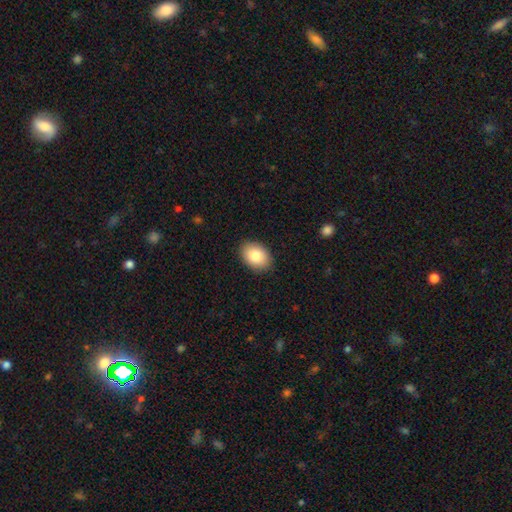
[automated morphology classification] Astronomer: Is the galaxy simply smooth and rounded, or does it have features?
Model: smooth — 84%.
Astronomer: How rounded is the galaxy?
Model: in between — 79%.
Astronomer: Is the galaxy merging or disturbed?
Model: none — 89%.